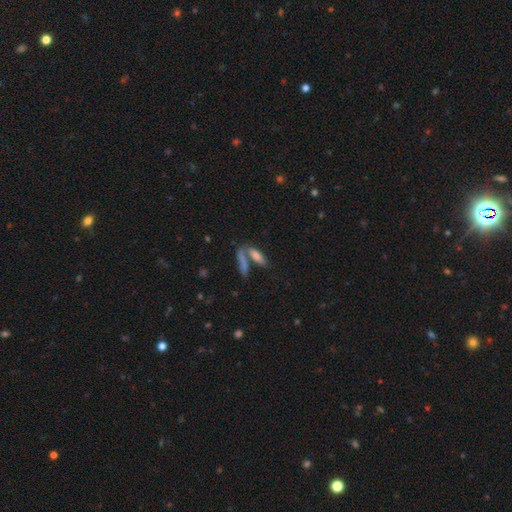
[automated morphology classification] type=smooth (71%); roundness=cigar-shaped (58%); merging=none (48%).